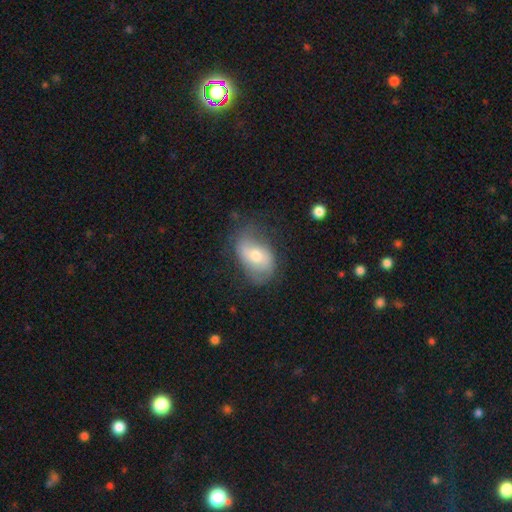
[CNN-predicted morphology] This is possibly a smooth galaxy (48%). Merging: possibly none (55%).